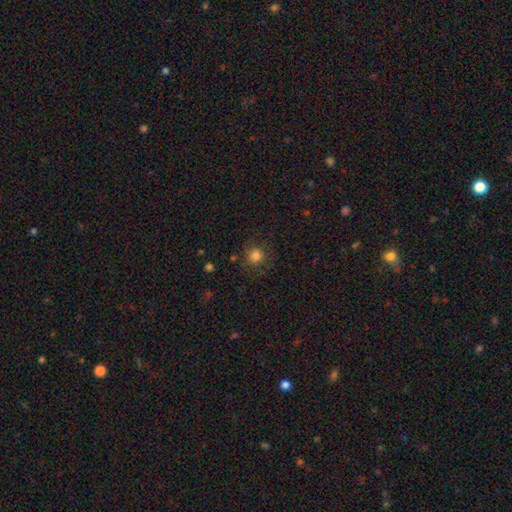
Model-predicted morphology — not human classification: A smooth galaxy with no disk features (80%) that is round (93%).

Vote fractions:
- Smooth or featured? smooth: 80% / star or artifact: 12% / featured or disk: 8%
- How rounded? round: 93% / in between: 6% / cigar-shaped: 1%
- Merging? none: 80% / minor disturbance: 12% / major disturbance: 6% / merger: 2%